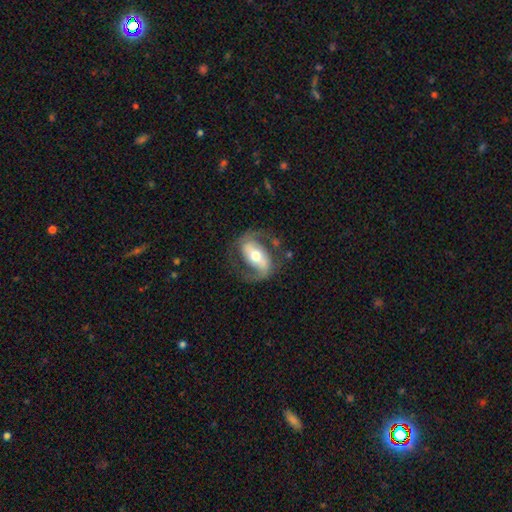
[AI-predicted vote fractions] smooth-or-featured: featured or disk: 81% | smooth: 15% | star or artifact: 5%
  disk-edge-on: no: 95% | yes: 5%
    bar: strong: 54% | weak: 26% | no: 20%
    has-spiral-arms: yes: 86% | no: 14%
      spiral-winding: medium: 51% | loose: 29% | tight: 21%
      spiral-arm-count: 2: 87% | 1: 5% | can't tell: 5% | 3: 1% | 4: 1% | more than 4: 1%
    bulge-size: moderate: 67% | small: 20% | large: 10% | dominant: 1% | none: 1%
  merging: none: 70% | minor disturbance: 15% | major disturbance: 13% | merger: 2%